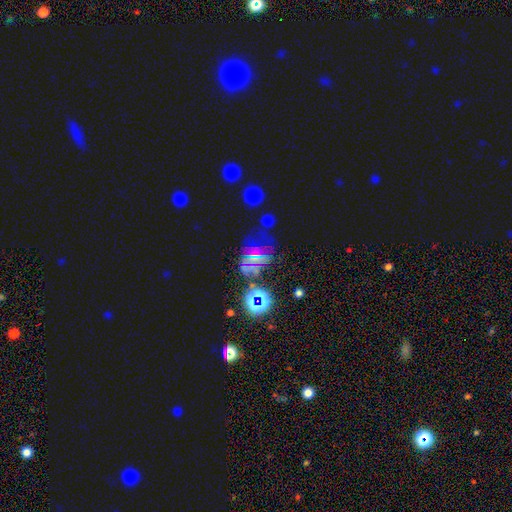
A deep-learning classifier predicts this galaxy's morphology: Q: Smooth or featured?
A: star or artifact (51%); runner-up: featured or disk (32%)